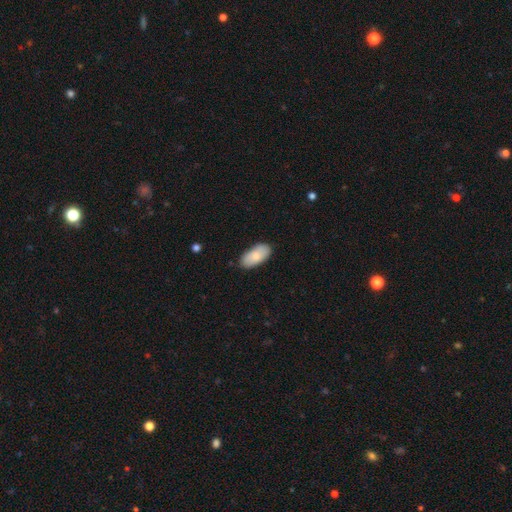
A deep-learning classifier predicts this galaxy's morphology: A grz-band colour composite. It shows a smooth galaxy with no disk features (83%) that is in between round and cigar-shaped (94%). Merging: none (85%).